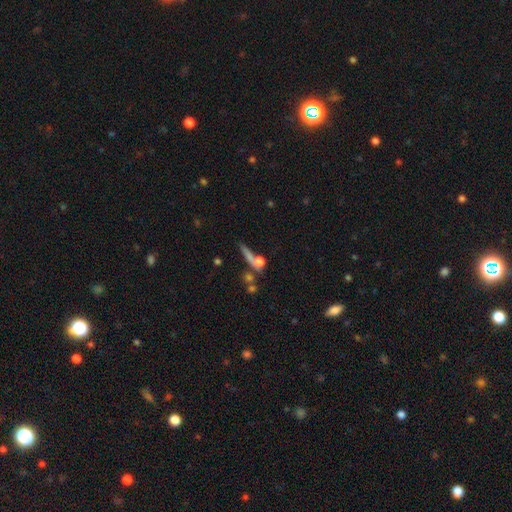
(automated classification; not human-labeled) A smooth galaxy with no disk features (59%) that is cigar-shaped (40%). Merging: none (45%).